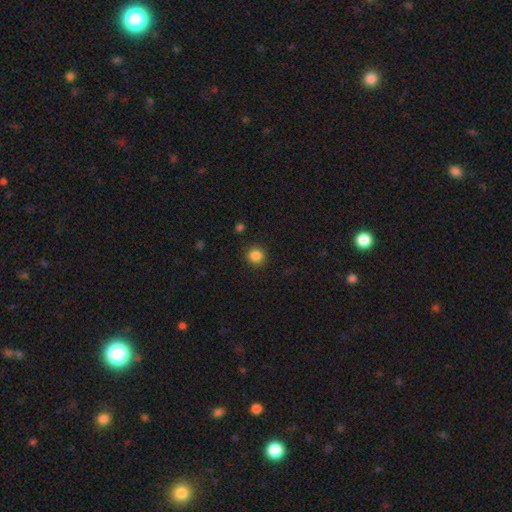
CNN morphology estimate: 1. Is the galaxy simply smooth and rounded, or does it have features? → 86% smooth, 11% star or artifact, 3% featured or disk.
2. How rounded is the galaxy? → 94% round, 5% in between, 1% cigar-shaped.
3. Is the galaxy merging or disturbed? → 92% none, 5% minor disturbance, 2% major disturbance, 1% merger.